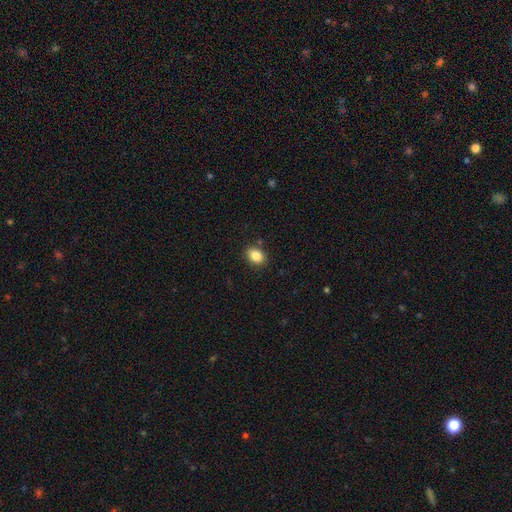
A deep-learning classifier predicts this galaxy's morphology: Smooth or featured? smooth (86%)
How rounded? in between (65%)
Merging? none (86%)